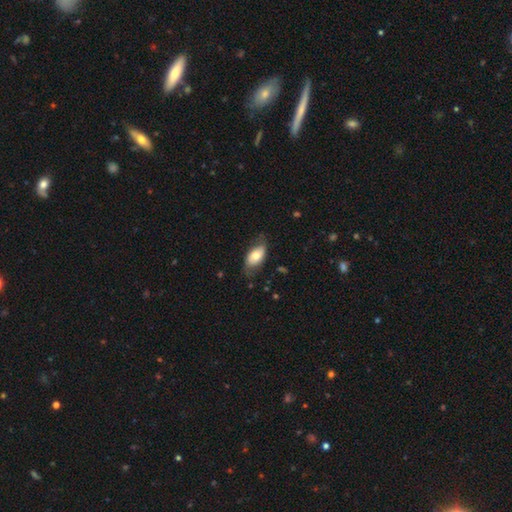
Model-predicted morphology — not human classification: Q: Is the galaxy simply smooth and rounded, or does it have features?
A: smooth — 63%.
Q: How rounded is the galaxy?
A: in between — 92%.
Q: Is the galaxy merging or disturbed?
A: none — 65%.